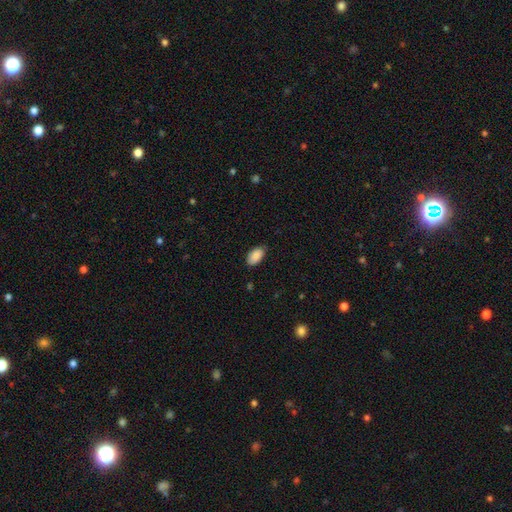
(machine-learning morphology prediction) Smooth or featured? smooth (89%)
How rounded? in between (95%)
Merging? none (81%)